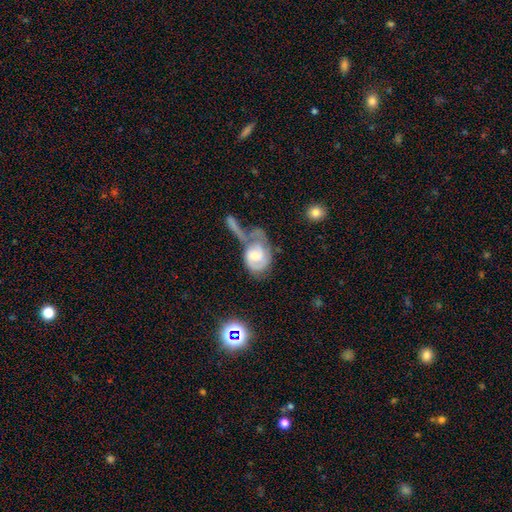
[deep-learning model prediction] Smooth or featured? Predicted: featured or disk (p=0.61). Edge-on disk? Predicted: no (p=0.96). Bar? Predicted: no (p=0.53). Spiral arms? Predicted: yes (p=0.78). Bulge size? Predicted: moderate (p=0.56). Merging? Predicted: merger (p=0.37).